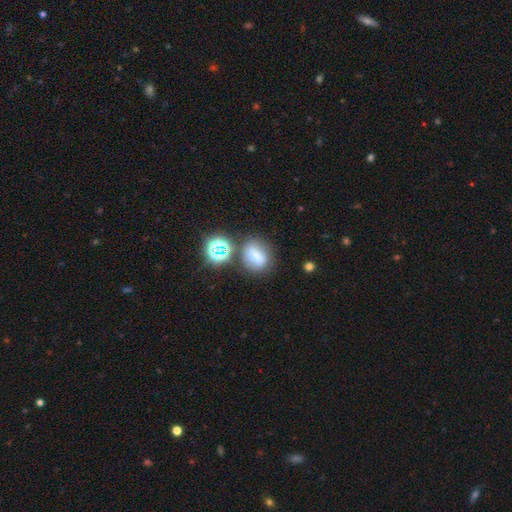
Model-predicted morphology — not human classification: This appears to be a smooth galaxy with no disk features (57%) that is round (55%). Merging: none (64%).